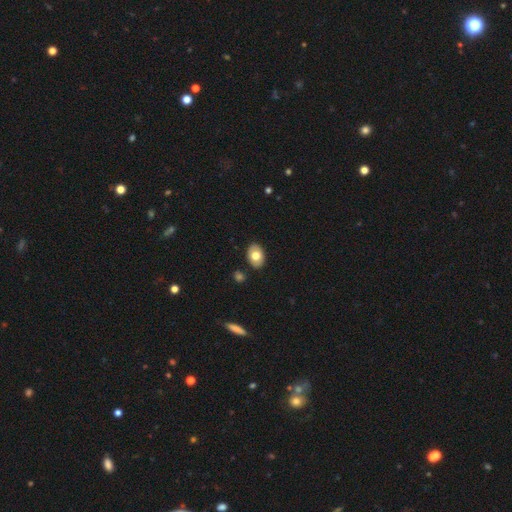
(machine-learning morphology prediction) The model was most divided on "smooth or featured": smooth: 74%, featured or disk: 19%, star or artifact: 7%. More confident: merging — none (87%); how rounded — in between (81%).